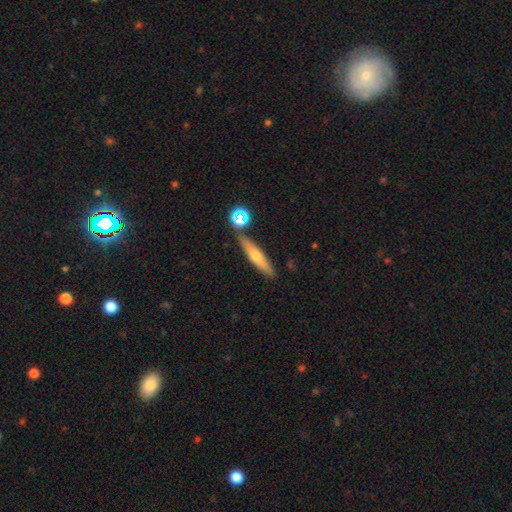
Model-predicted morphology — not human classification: This appears to be a smooth galaxy with no disk features (54%) that is cigar-shaped (80%). Merging: none (82%).